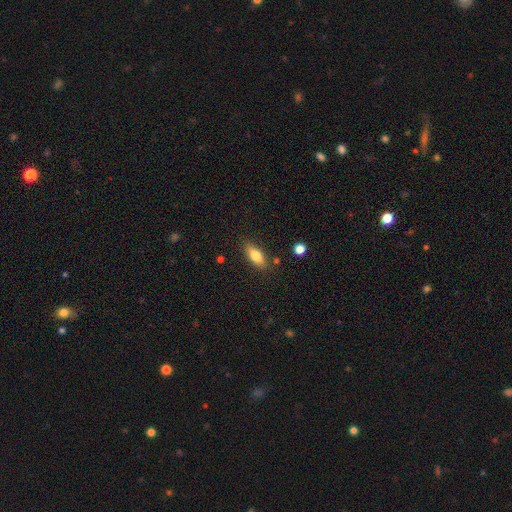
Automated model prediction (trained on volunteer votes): Smooth or featured? smooth (78%)
How rounded? in between (80%)
Merging? none (83%)